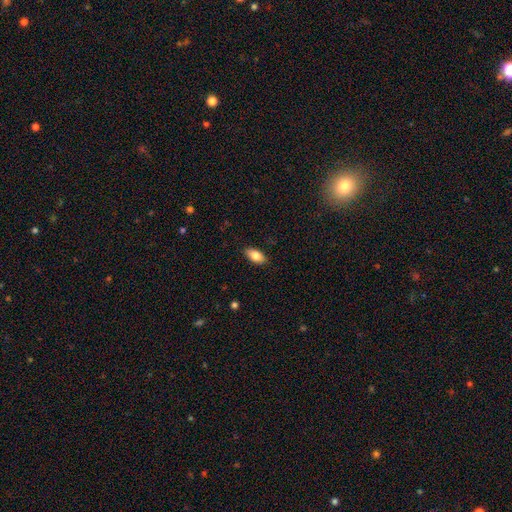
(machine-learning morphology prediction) Q: Smooth or featured?
A: smooth (83%); runner-up: featured or disk (10%)
Q: How rounded?
A: in between (91%); runner-up: cigar-shaped (6%)
Q: Merging?
A: none (88%); runner-up: minor disturbance (9%)